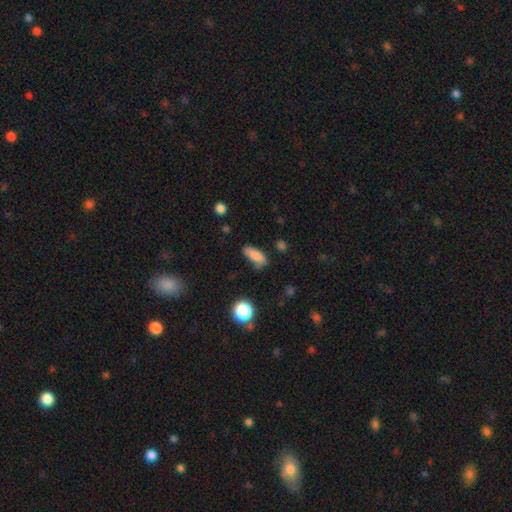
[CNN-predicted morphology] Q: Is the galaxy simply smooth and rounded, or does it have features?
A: smooth — 84%.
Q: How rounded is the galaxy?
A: in between — 73%.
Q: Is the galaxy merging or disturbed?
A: none — 70%.